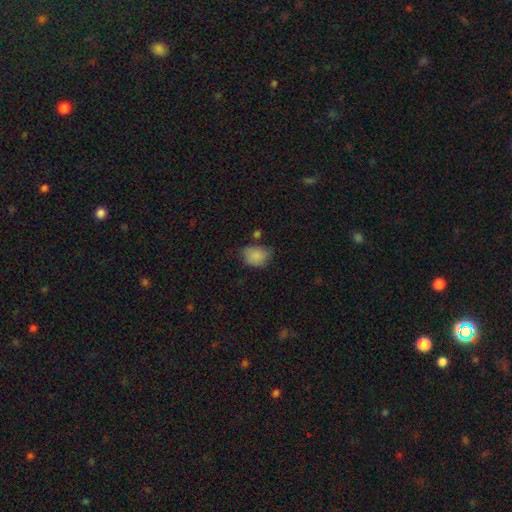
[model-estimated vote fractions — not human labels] Overall: smooth (85%). How rounded: in between (56%; round 43%). Merging: none (59%; minor disturbance 28%).